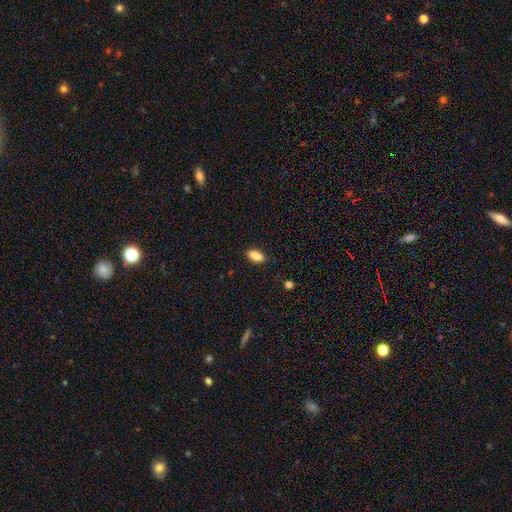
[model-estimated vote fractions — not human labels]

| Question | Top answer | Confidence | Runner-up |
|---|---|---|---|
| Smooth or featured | smooth | 88% | star or artifact (8%) |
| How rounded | in between | 89% | cigar-shaped (8%) |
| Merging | none | 88% | minor disturbance (9%) |